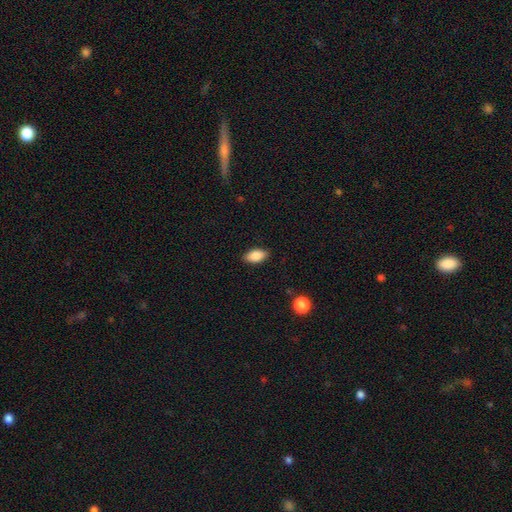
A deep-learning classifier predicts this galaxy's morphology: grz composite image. It shows a smooth galaxy with no disk features (85%) that is in between round and cigar-shaped (91%). Merging: none (87%).